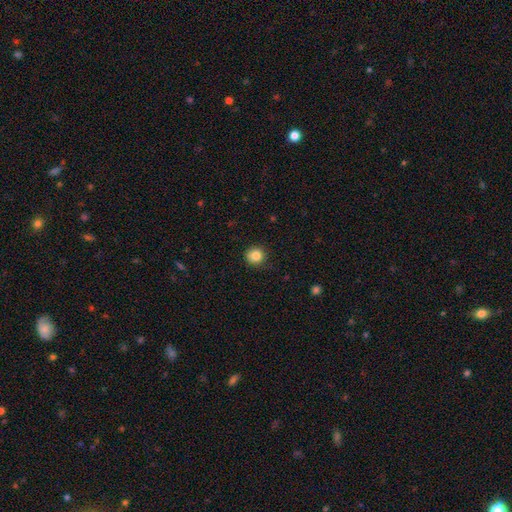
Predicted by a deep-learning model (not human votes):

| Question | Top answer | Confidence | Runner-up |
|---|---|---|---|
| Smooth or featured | smooth | 84% | star or artifact (10%) |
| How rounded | round | 92% | in between (7%) |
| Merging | none | 89% | minor disturbance (8%) |